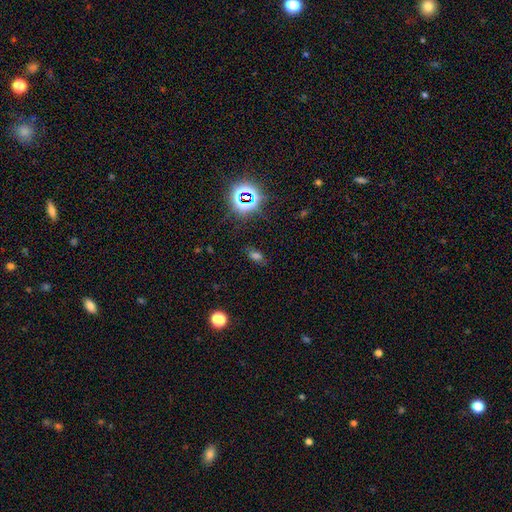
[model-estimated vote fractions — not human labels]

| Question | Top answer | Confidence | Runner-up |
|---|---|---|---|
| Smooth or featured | smooth | 53% | star or artifact (38%) |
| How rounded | in between | 81% | round (14%) |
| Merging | none | 79% | minor disturbance (13%) |